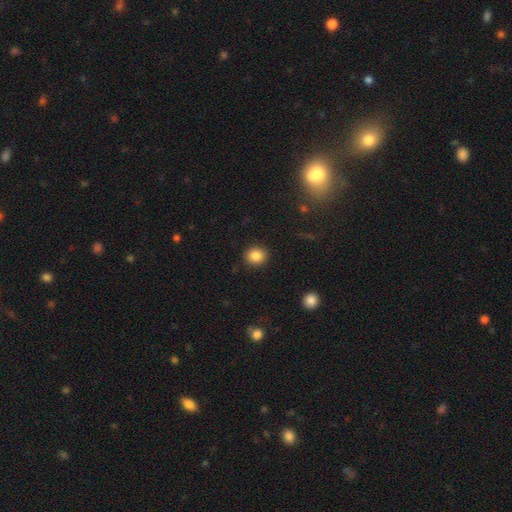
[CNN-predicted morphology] smooth 86%, star or artifact 10%, featured or disk 5%. Down the decision tree: how rounded — round (78%); merging — none (91%).